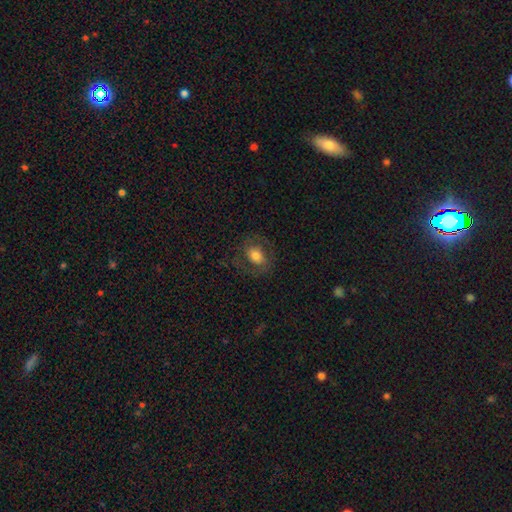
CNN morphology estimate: Q: Smooth or featured?
A: smooth (61%); runner-up: featured or disk (30%)
Q: How rounded?
A: in between (67%); runner-up: round (31%)
Q: Merging?
A: none (71%); runner-up: minor disturbance (15%)